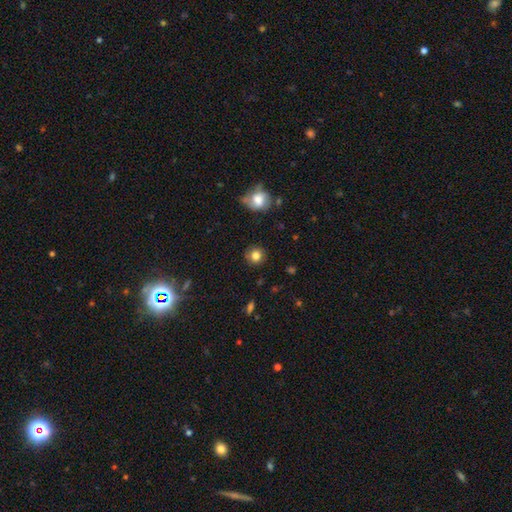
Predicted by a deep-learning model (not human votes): smooth 82%, star or artifact 11%, featured or disk 7%. Down the decision tree: how rounded — round (90%); merging — none (87%).